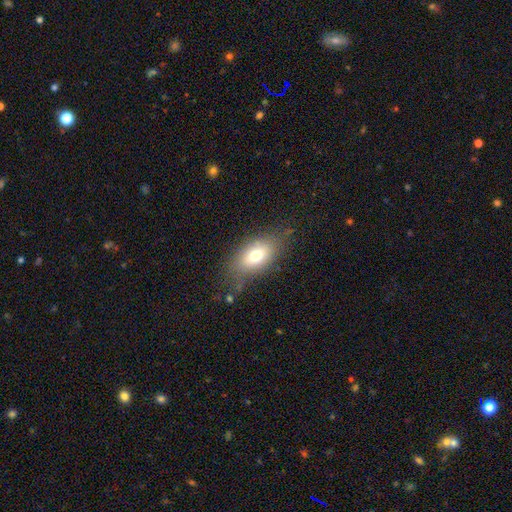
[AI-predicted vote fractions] Smooth or featured?
  - smooth: 71% *
  - featured or disk: 20%
  - star or artifact: 10%
How rounded?
  - in between: 86% *
  - round: 9%
  - cigar-shaped: 4%
Merging?
  - none: 69% *
  - minor disturbance: 20%
  - major disturbance: 8%
  - merger: 2%